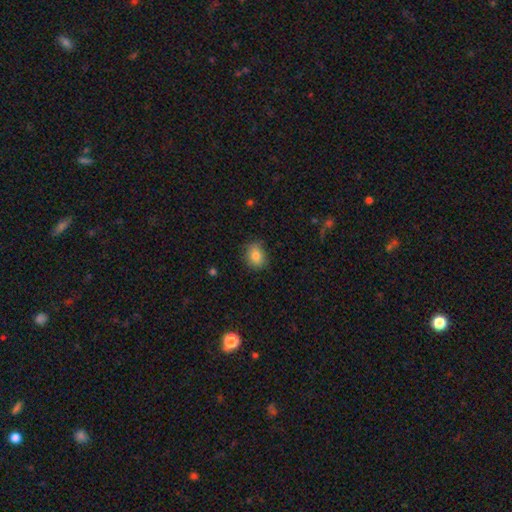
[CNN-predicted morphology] A smooth galaxy with no disk features (83%) that is in between round and cigar-shaped (51%).

Vote fractions:
- Smooth or featured? smooth: 83% / star or artifact: 10% / featured or disk: 8%
- How rounded? in between: 51% / round: 48% / cigar-shaped: 1%
- Merging? none: 80% / minor disturbance: 16% / major disturbance: 3% / merger: 1%